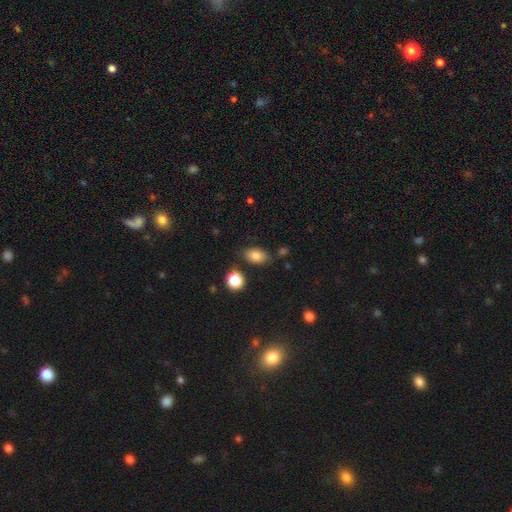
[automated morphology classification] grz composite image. It shows a smooth galaxy with no disk features (82%) that is in between round and cigar-shaped (85%). Merging: none (75%).